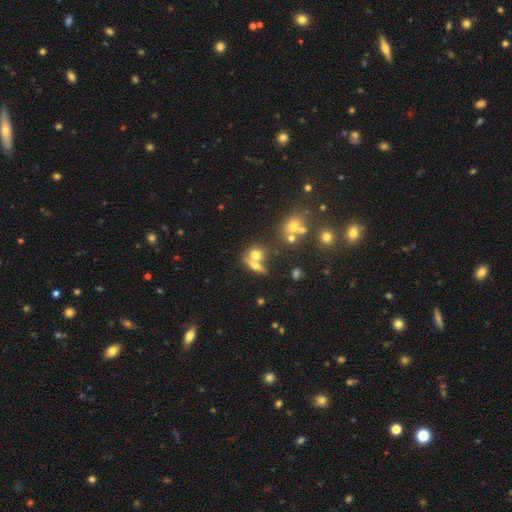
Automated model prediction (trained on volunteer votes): This appears to be a smooth galaxy with no disk features (63%) that is round (58%). Merging: none (44%).